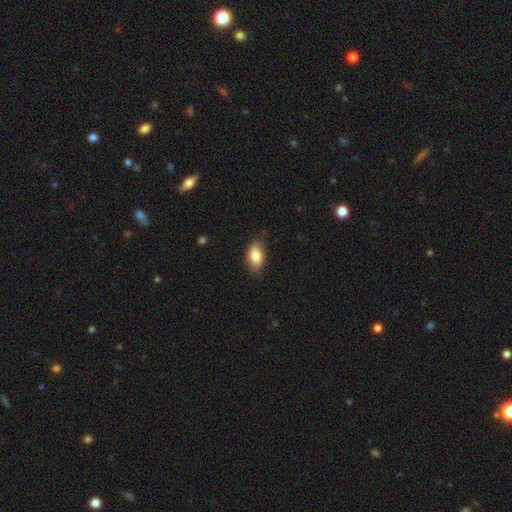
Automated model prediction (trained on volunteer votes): The model was most divided on "merging": none: 78%, minor disturbance: 18%, major disturbance: 3%, merger: 1%. More confident: how rounded — in between (90%); smooth or featured — smooth (81%).